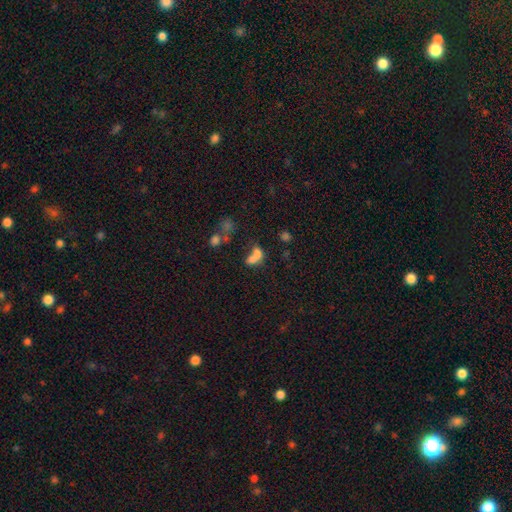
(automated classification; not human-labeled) Smooth or featured? smooth (67%)
How rounded? in between (61%)
Merging? merger (68%)